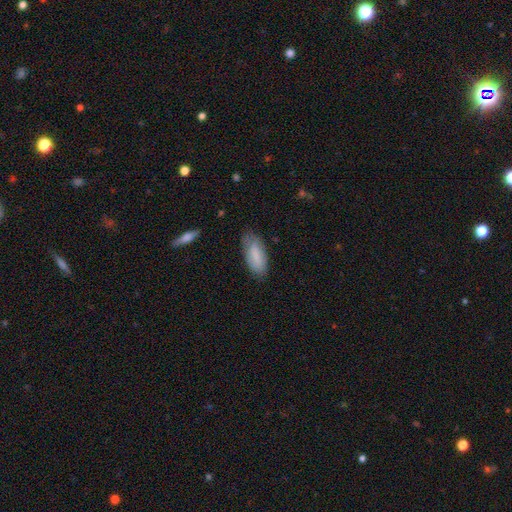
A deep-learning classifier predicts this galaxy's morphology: A smooth galaxy with no disk features (81%) that is in between round and cigar-shaped (81%).

Vote fractions:
- Smooth or featured? smooth: 81% / featured or disk: 12% / star or artifact: 6%
- How rounded? in between: 81% / cigar-shaped: 18% / round: 2%
- Merging? none: 72% / minor disturbance: 22% / major disturbance: 5% / merger: 2%